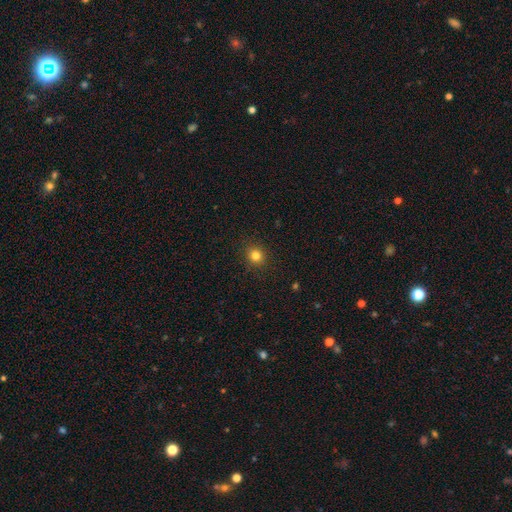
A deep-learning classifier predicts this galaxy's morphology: smooth_or_featured: smooth (p=0.81) [alt: star or artifact p=0.14]
how_rounded: round (p=0.89) [alt: in between p=0.10]
merging: none (p=0.91) [alt: minor disturbance p=0.06]